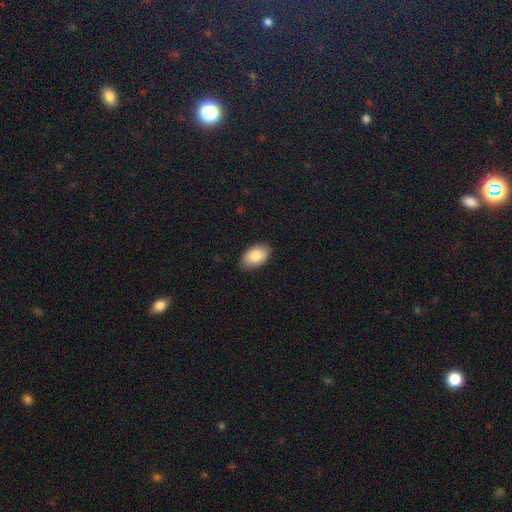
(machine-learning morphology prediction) Smooth or featured: smooth — 85% (featured or disk — 9%)
How rounded: in between — 93% (round — 6%)
Merging: none — 83% (minor disturbance — 14%)